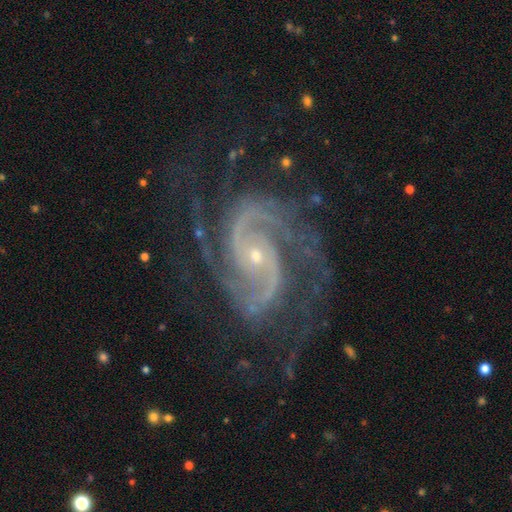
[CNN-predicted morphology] type=featured or disk (93%); edge-on=no (98%); bar=no (63%); spiral arms=yes (99%); winding=medium (52%); arm count=2 (79%); bulge=small (81%); merging=none (69%).